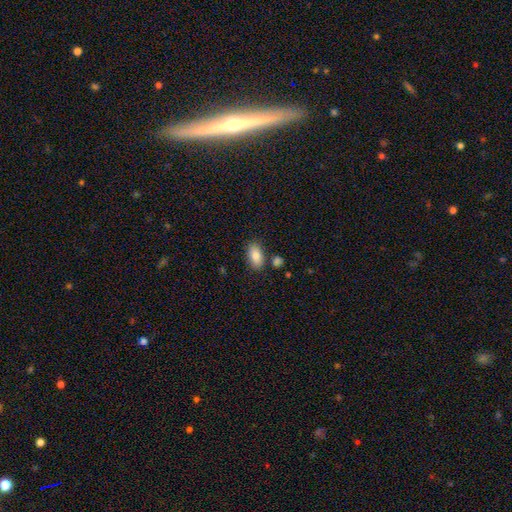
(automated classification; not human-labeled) Smooth or featured?
  - smooth: 86% *
  - star or artifact: 7%
  - featured or disk: 7%
How rounded?
  - in between: 92% *
  - round: 5%
  - cigar-shaped: 3%
Merging?
  - none: 80% *
  - minor disturbance: 11%
  - merger: 6%
  - major disturbance: 3%